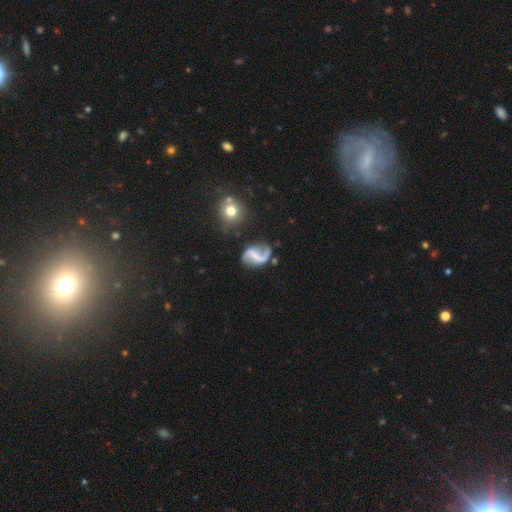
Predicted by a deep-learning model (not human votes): Q: Smooth or featured?
A: featured or disk (86%); runner-up: smooth (8%)
Q: Edge-on disk?
A: no (98%); runner-up: yes (2%)
Q: Bar?
A: strong (43%); runner-up: weak (37%)
Q: Spiral arms?
A: yes (94%); runner-up: no (6%)
Q: Spiral winding?
A: loose (72%); runner-up: medium (22%)
Q: Spiral arm count?
A: 2 (88%); runner-up: 1 (8%)
Q: Bulge size?
A: none (54%); runner-up: small (32%)
Q: Merging?
A: none (68%); runner-up: minor disturbance (17%)